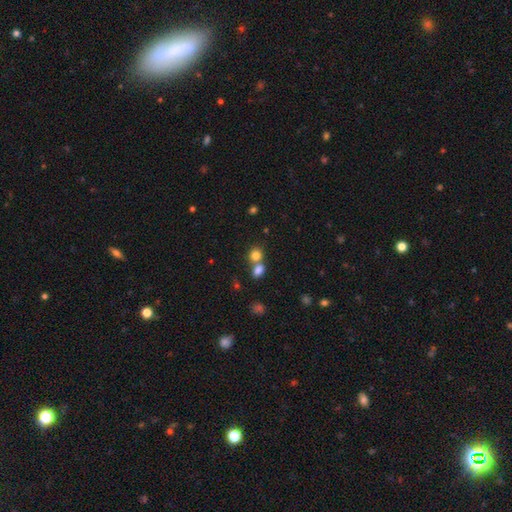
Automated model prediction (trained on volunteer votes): smooth_or_featured: smooth (p=0.80) [alt: star or artifact p=0.12]
how_rounded: round (p=0.76) [alt: in between p=0.23]
merging: none (p=0.48) [alt: merger p=0.42]